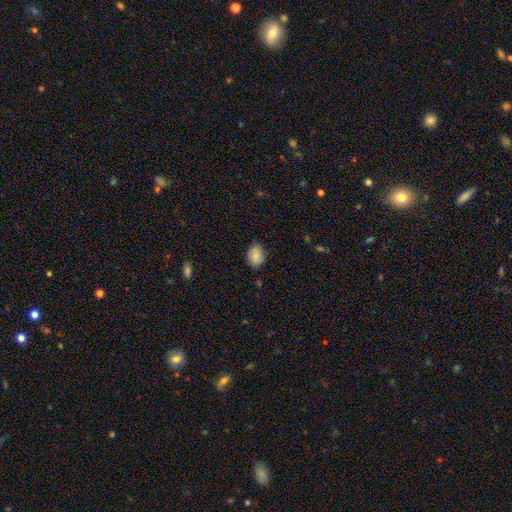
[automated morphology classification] smooth 85%, star or artifact 8%, featured or disk 7%. Down the decision tree: how rounded — in between (64%); merging — none (81%).